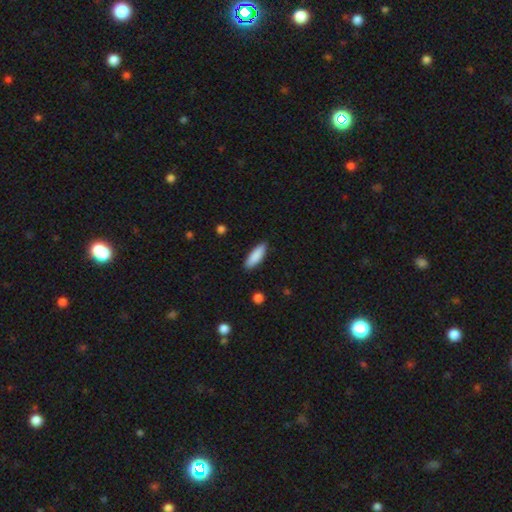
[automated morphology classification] A smooth galaxy with no disk features (87%) that is in between round and cigar-shaped (54%). Merging: none (88%).